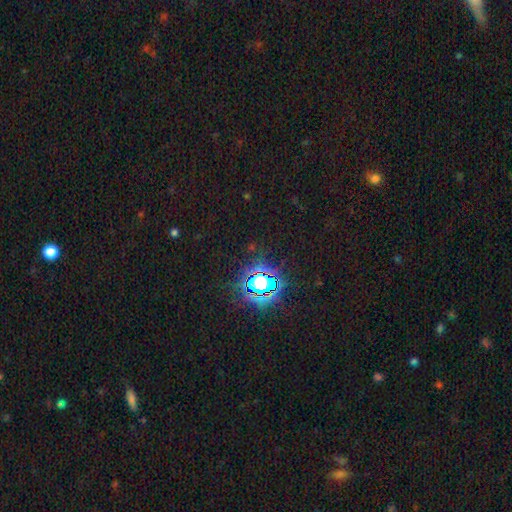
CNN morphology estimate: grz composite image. It shows a star or artifact, not a galaxy (80%).